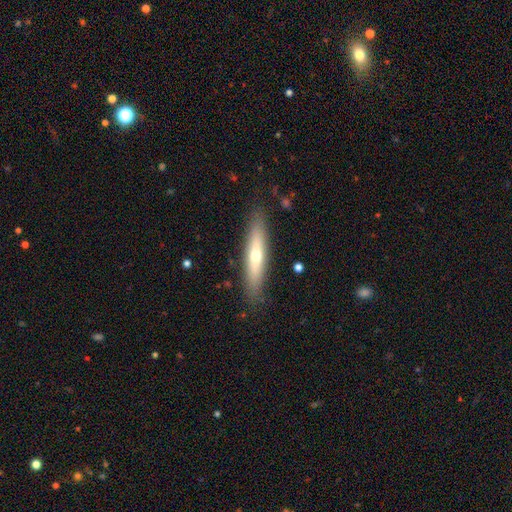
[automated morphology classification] Overall: smooth (50%; featured or disk 44%). Merging: none (87%).